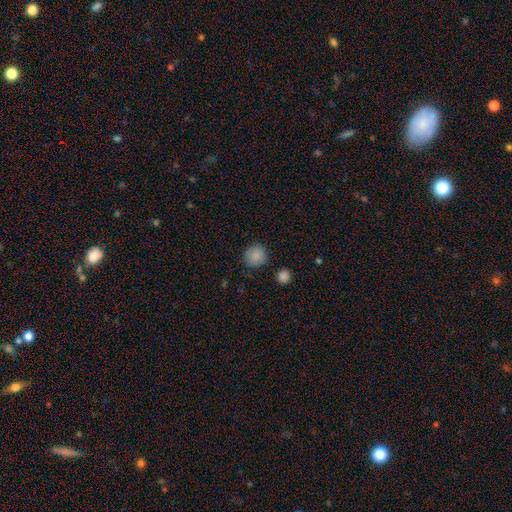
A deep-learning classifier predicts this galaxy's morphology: smooth 86%, star or artifact 9%, featured or disk 4%. Down the decision tree: how rounded — round (89%); merging — none (85%).